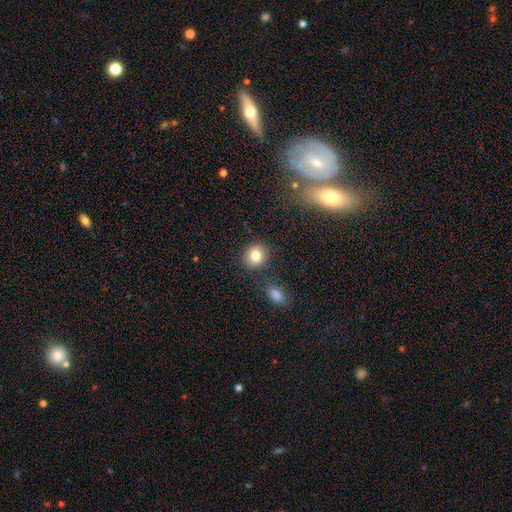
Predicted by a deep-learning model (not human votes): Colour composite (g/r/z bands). It shows a smooth galaxy with no disk features (83%) that is round (72%). Merging: none (82%).